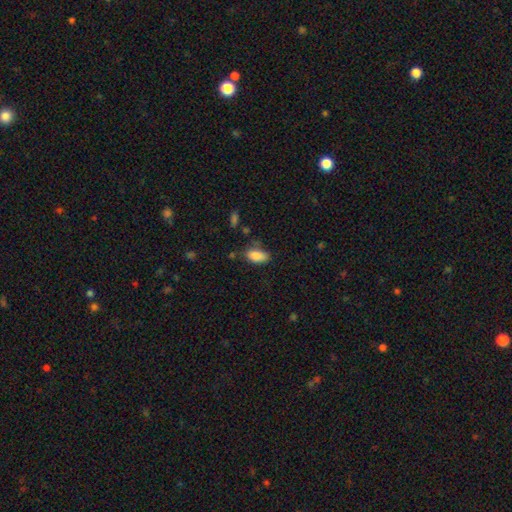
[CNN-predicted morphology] This appears to be a smooth galaxy with no disk features (86%) that is in between round and cigar-shaped (93%). Merging: none (66%).